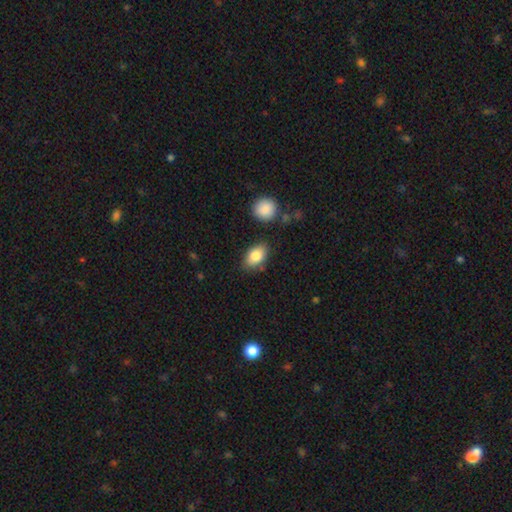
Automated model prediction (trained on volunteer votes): Smooth or featured? smooth (83%)
How rounded? in between (89%)
Merging? none (79%)